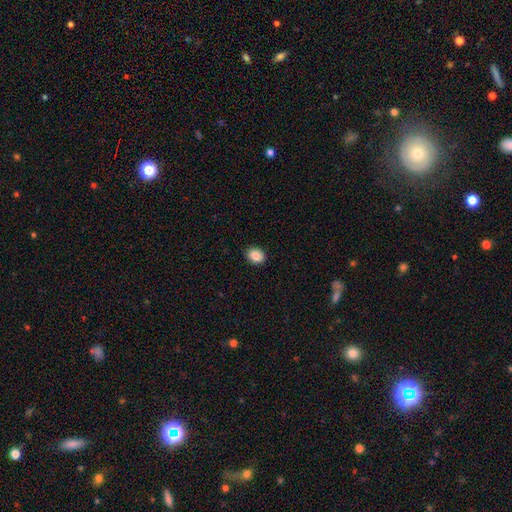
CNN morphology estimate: Smooth or featured?
  - smooth: 89% *
  - star or artifact: 8%
  - featured or disk: 3%
How rounded?
  - in between: 56% *
  - round: 43%
  - cigar-shaped: 1%
Merging?
  - none: 90% *
  - minor disturbance: 7%
  - major disturbance: 2%
  - merger: 1%